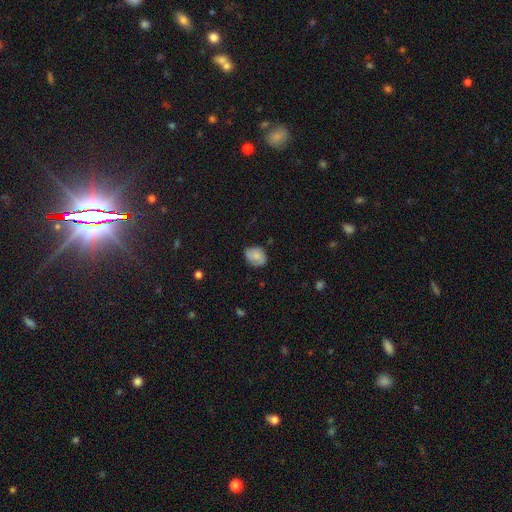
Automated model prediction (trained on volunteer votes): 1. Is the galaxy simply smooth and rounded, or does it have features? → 72% smooth, 20% featured or disk, 8% star or artifact.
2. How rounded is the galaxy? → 51% round, 48% in between, 1% cigar-shaped.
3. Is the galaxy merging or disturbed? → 69% none, 25% minor disturbance, 5% major disturbance, 1% merger.